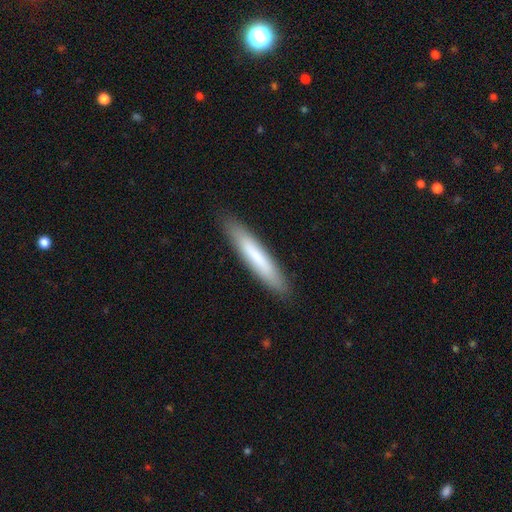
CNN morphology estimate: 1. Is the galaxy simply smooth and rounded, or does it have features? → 67% smooth, 25% featured or disk, 8% star or artifact.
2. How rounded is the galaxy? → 90% cigar-shaped, 9% in between, 1% round.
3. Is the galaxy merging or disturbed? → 89% none, 9% minor disturbance, 2% major disturbance, 1% merger.